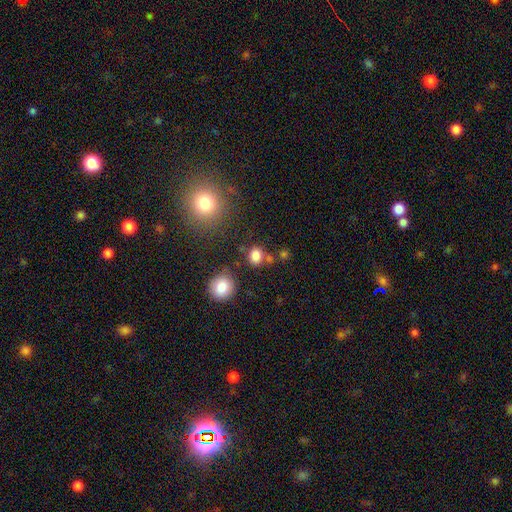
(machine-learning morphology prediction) smooth 82%, star or artifact 13%, featured or disk 5%. Down the decision tree: how rounded — round (68%); merging — none (71%).